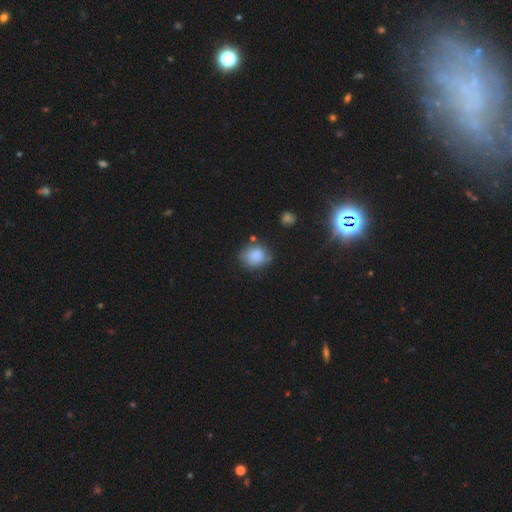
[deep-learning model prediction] smooth_or_featured: smooth (p=0.84) [alt: star or artifact p=0.09]
how_rounded: round (p=0.67) [alt: in between p=0.31]
merging: none (p=0.65) [alt: minor disturbance p=0.24]